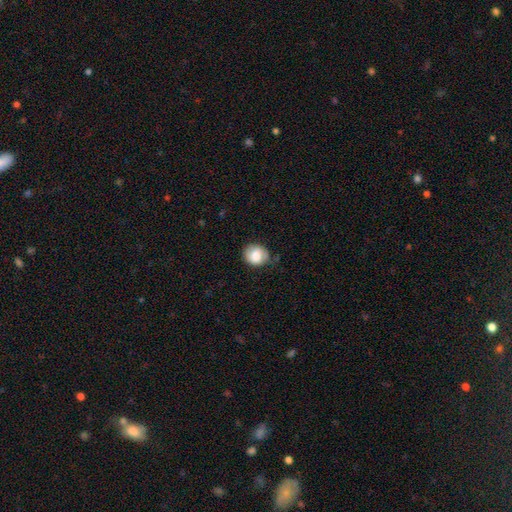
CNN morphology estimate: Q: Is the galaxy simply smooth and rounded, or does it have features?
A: smooth — 82%.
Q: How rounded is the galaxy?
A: round — 73%.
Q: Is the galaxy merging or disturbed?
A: none — 69%.